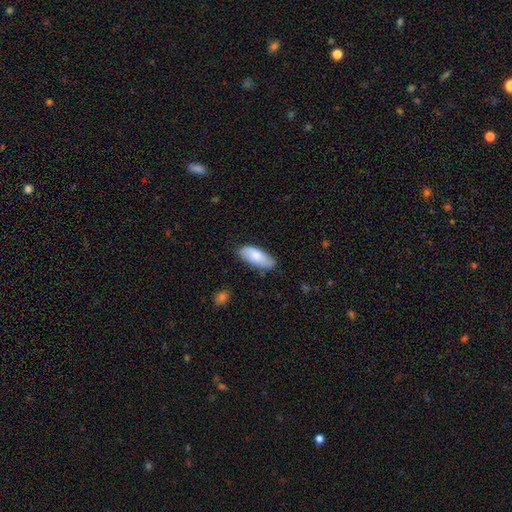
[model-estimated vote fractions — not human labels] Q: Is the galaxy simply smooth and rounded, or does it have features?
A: smooth — 76%.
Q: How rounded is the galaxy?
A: in between — 85%.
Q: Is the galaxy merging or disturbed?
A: none — 76%.